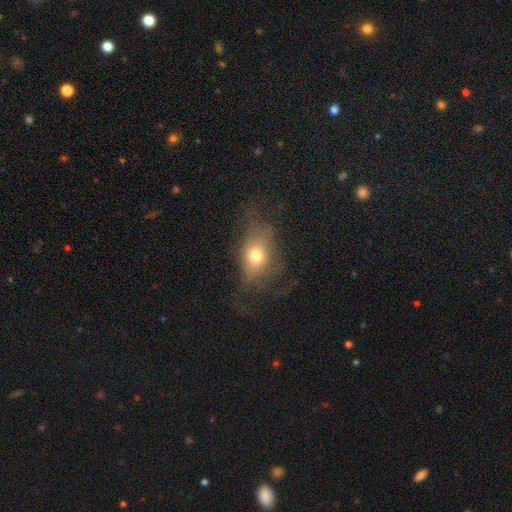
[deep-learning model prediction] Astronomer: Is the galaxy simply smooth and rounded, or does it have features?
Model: smooth — 64%.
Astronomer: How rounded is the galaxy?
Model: in between — 66%.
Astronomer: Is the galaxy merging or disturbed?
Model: none — 44% (runner-up: major disturbance, 30%).